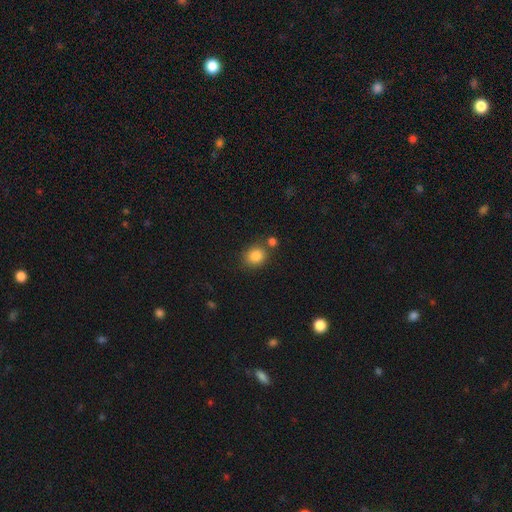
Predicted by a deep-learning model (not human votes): Smooth or featured? smooth (85%)
How rounded? round (69%)
Merging? none (72%)